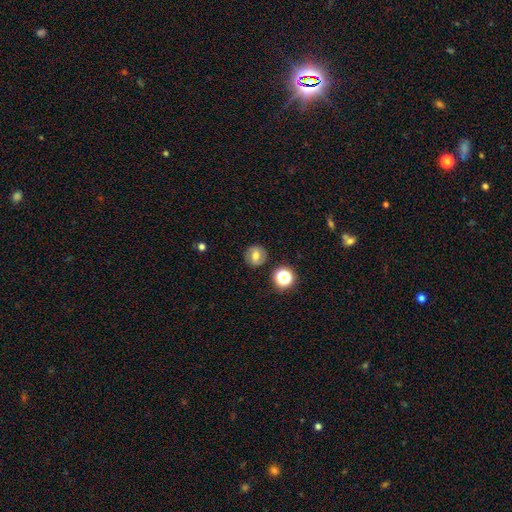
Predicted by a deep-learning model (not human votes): Overall: smooth (60%; featured or disk 27%). How rounded: round (88%). Merging: none (86%).